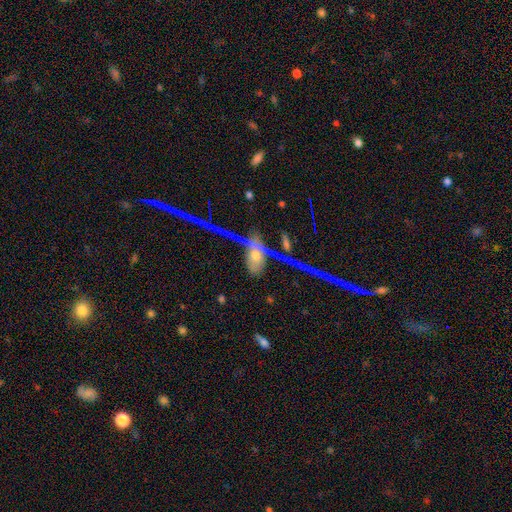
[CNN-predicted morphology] type=featured or disk (48%); merging=none (38%).